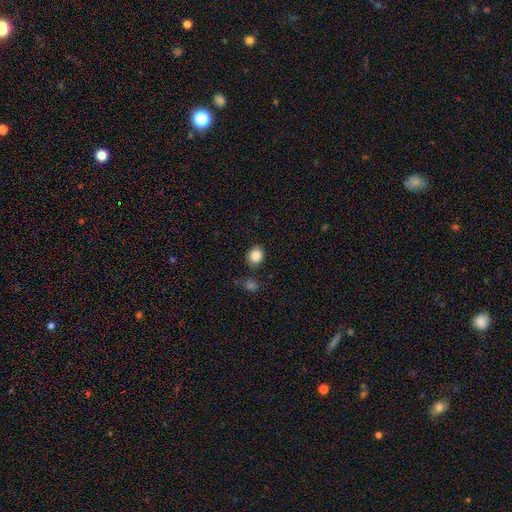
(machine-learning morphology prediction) Smooth or featured? Predicted: smooth (p=0.86). How rounded? Predicted: round (p=0.73). Merging? Predicted: none (p=0.82).